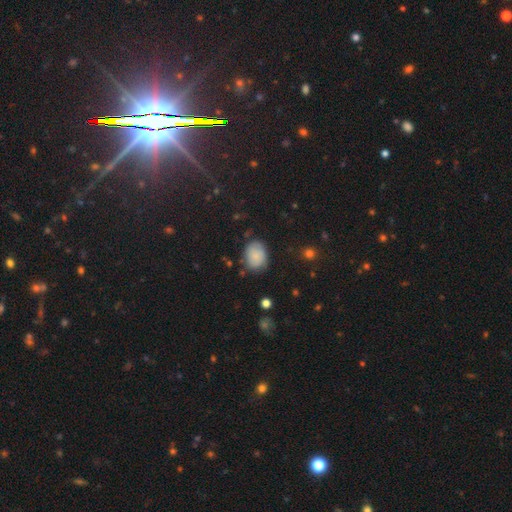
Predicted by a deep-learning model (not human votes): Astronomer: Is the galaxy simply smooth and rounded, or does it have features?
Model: smooth — 79%.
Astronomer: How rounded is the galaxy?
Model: in between — 62% (runner-up: round, 37%).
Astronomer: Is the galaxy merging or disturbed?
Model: none — 74%.